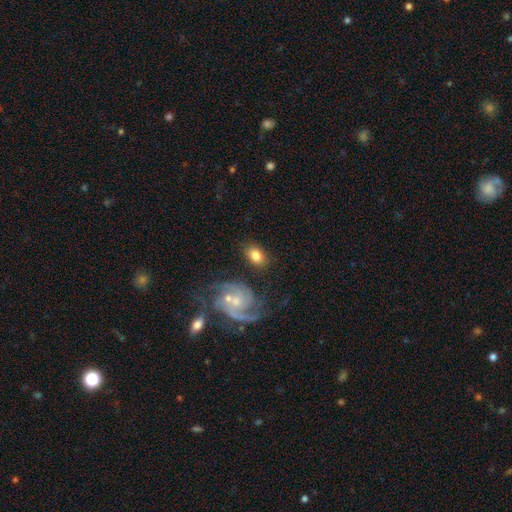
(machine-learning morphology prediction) The model was most divided on "smooth or featured": smooth: 72%, featured or disk: 21%, star or artifact: 7%. More confident: how rounded — in between (82%); merging — none (78%).